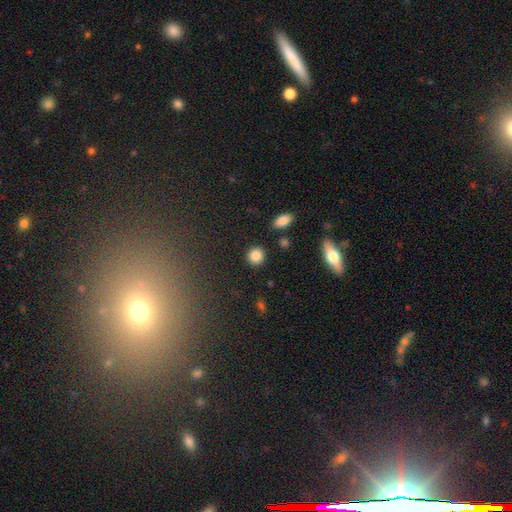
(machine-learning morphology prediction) A smooth galaxy with no disk features (86%) that is round (91%).

Vote fractions:
- Smooth or featured? smooth: 86% / star or artifact: 9% / featured or disk: 5%
- How rounded? round: 91% / in between: 8% / cigar-shaped: 1%
- Merging? none: 89% / minor disturbance: 6% / major disturbance: 2% / merger: 2%